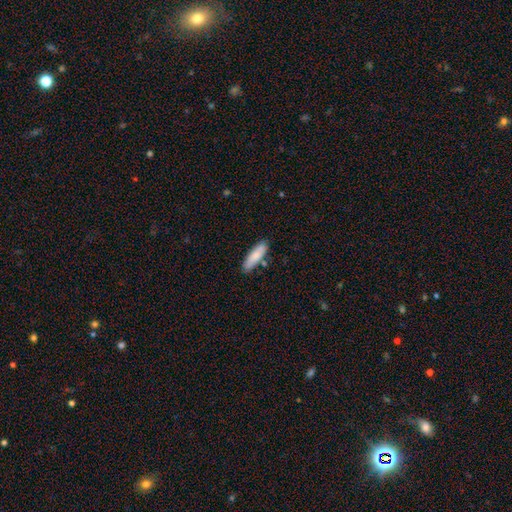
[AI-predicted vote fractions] smooth_or_featured: smooth (p=0.83) [alt: featured or disk p=0.12]
how_rounded: cigar-shaped (p=0.50) [alt: in between p=0.48]
merging: none (p=0.80) [alt: minor disturbance p=0.13]